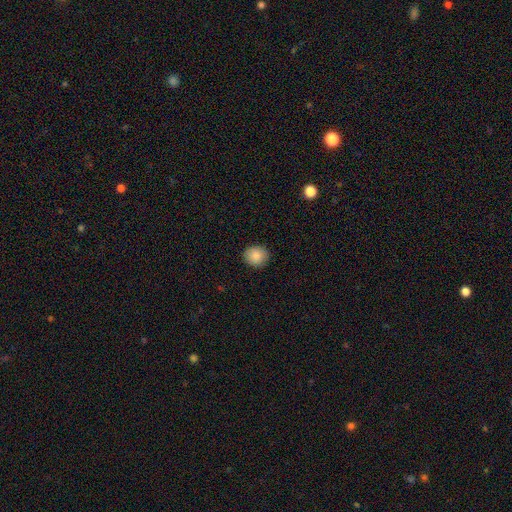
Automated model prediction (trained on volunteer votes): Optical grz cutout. It shows a smooth galaxy with no disk features (88%) that is round (81%). Merging: none (90%).